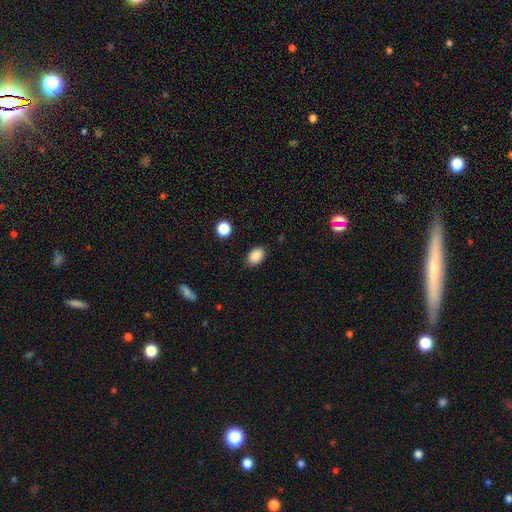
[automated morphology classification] smooth-or-featured: smooth: 87% | star or artifact: 9% | featured or disk: 4%
  how-rounded: in between: 82% | round: 17% | cigar-shaped: 1%
  merging: none: 84% | minor disturbance: 12% | major disturbance: 3% | merger: 1%